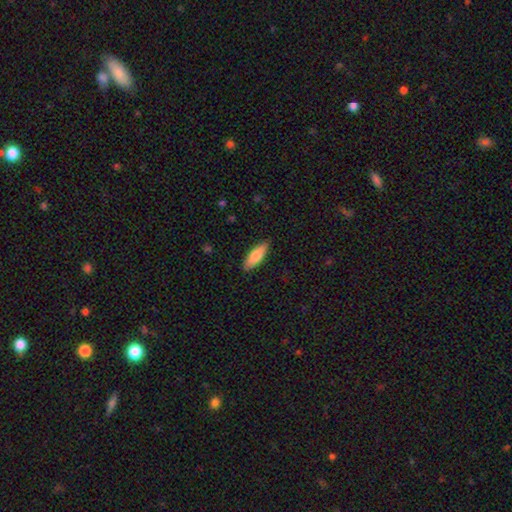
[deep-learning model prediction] Smooth or featured: smooth — 78% (featured or disk — 17%)
How rounded: in between — 60% (cigar-shaped — 38%)
Merging: none — 88% (minor disturbance — 10%)